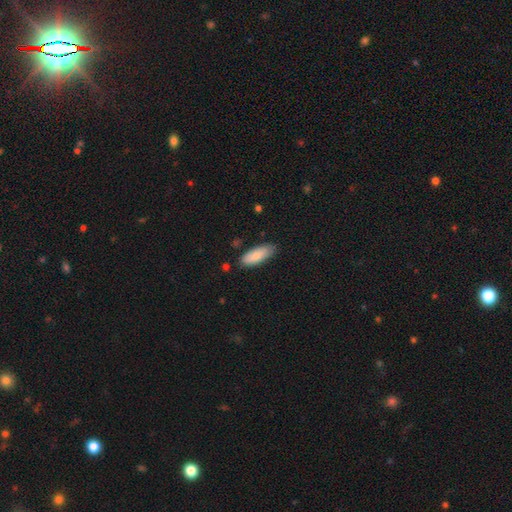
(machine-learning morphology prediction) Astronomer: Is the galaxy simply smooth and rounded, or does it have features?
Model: smooth — 85%.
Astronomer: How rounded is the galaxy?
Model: in between — 73%.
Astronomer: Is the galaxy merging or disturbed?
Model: none — 80%.